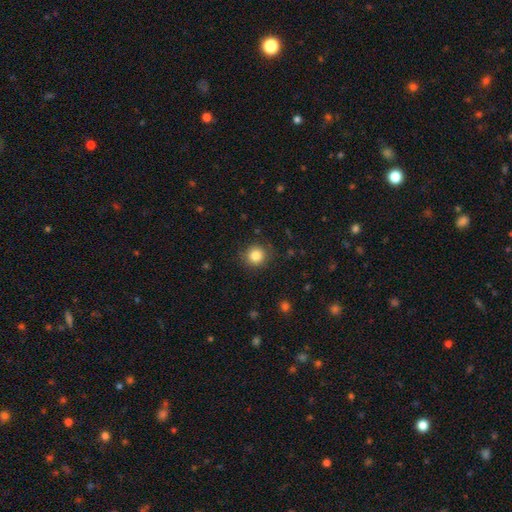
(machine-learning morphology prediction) type=smooth (83%); roundness=round (92%); merging=none (88%).